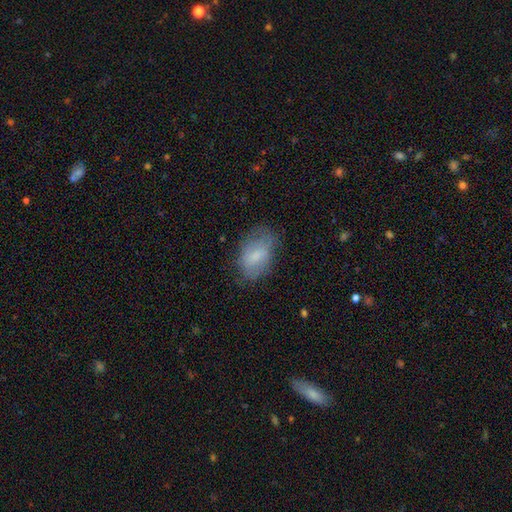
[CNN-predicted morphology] smooth 64%, featured or disk 28%, star or artifact 8%. Down the decision tree: how rounded — in between (88%); merging — none (64%).